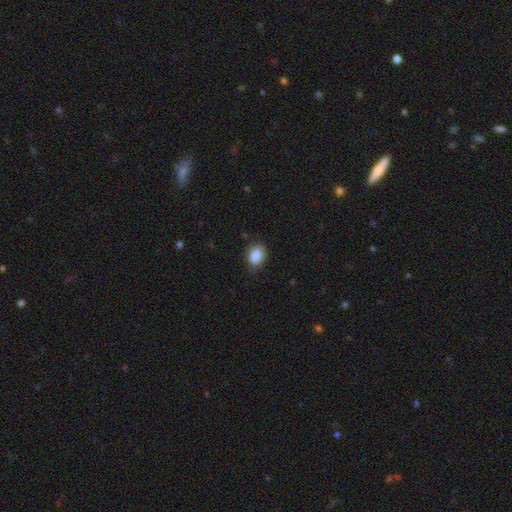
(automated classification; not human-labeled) Q: Smooth or featured?
A: smooth (87%); runner-up: star or artifact (8%)
Q: How rounded?
A: in between (70%); runner-up: round (29%)
Q: Merging?
A: none (75%); runner-up: minor disturbance (20%)